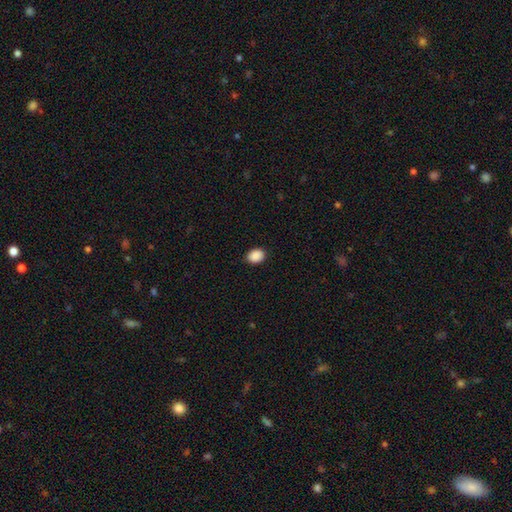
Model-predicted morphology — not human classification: This is clearly a smooth galaxy (90%). How rounded: likely in between (62%). Merging: clearly none (88%).